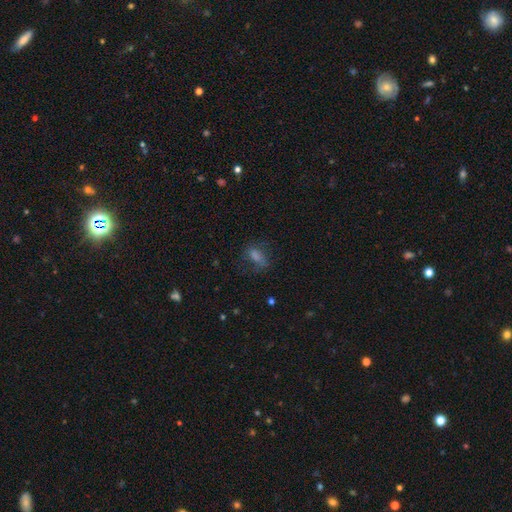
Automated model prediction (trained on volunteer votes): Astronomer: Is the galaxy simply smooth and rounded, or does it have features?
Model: smooth — 54%.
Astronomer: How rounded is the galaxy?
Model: in between — 72%.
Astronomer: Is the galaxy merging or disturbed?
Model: none — 63%.